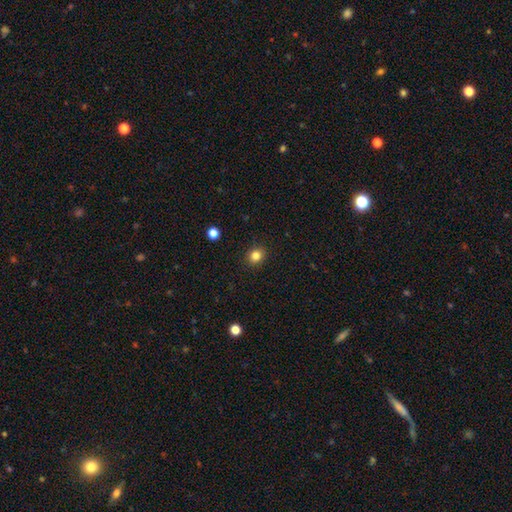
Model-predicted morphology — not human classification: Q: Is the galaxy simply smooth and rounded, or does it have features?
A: smooth — 83%.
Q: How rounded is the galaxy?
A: round — 79%.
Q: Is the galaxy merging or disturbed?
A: none — 91%.